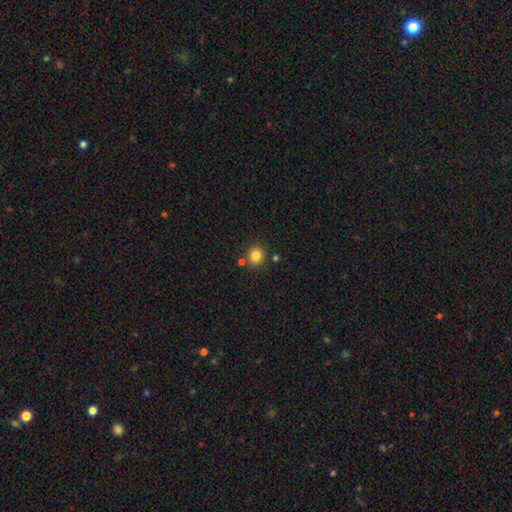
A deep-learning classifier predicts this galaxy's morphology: type=smooth (82%); roundness=round (88%); merging=none (80%).